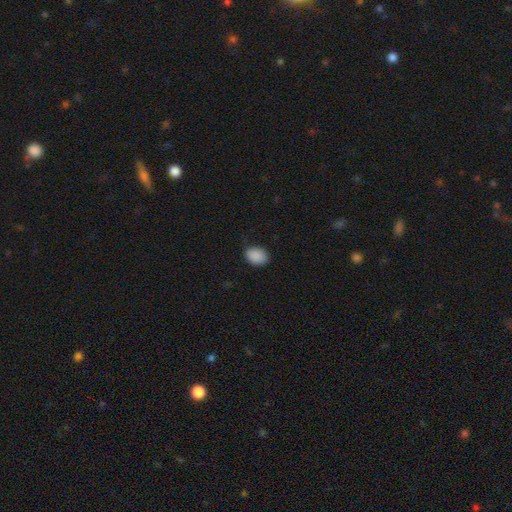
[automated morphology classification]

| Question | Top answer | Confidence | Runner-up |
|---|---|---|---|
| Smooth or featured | smooth | 89% | star or artifact (8%) |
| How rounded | in between | 64% | round (35%) |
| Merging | none | 81% | minor disturbance (15%) |